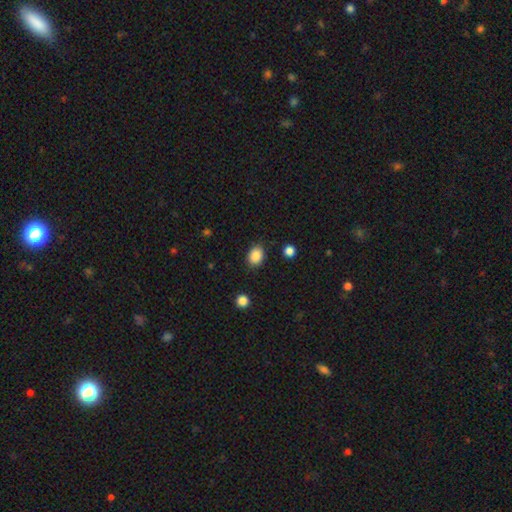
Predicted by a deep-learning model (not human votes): A smooth galaxy with no disk features (86%) that is in between round and cigar-shaped (53%).

Vote fractions:
- Smooth or featured? smooth: 86% / star or artifact: 9% / featured or disk: 4%
- How rounded? in between: 53% / round: 46% / cigar-shaped: 1%
- Merging? none: 85% / minor disturbance: 10% / major disturbance: 3% / merger: 2%